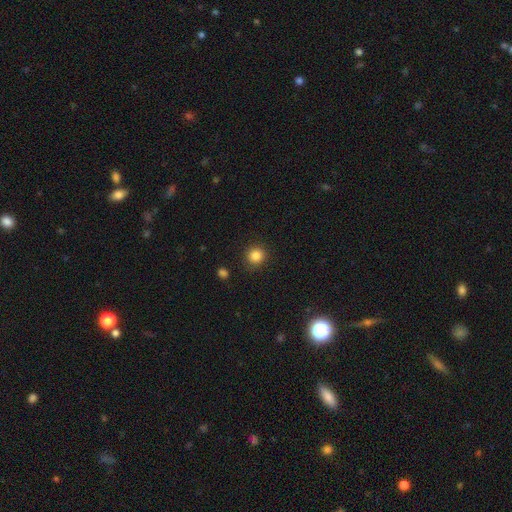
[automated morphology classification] Overall: smooth (85%). How rounded: round (91%). Merging: none (89%).